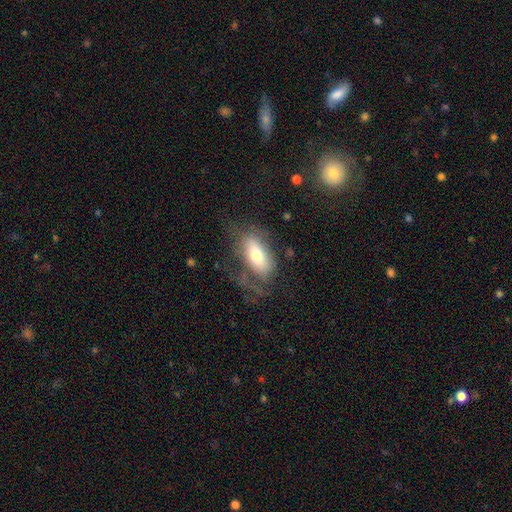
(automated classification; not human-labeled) Smooth or featured? smooth (61%)
How rounded? in between (88%)
Merging? none (47%)